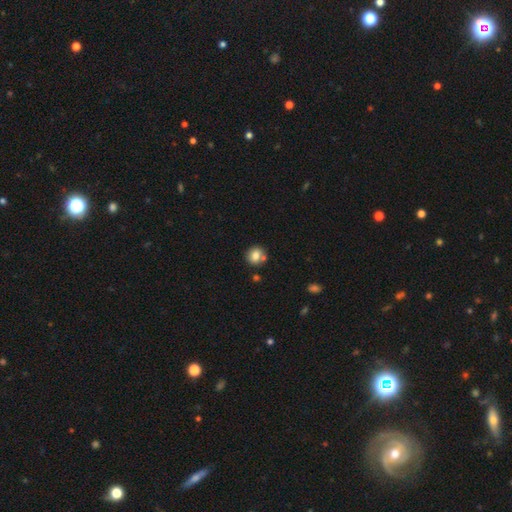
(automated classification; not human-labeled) Smooth or featured: smooth — 80% (featured or disk — 10%)
How rounded: round — 84% (in between — 15%)
Merging: none — 72% (merger — 15%)